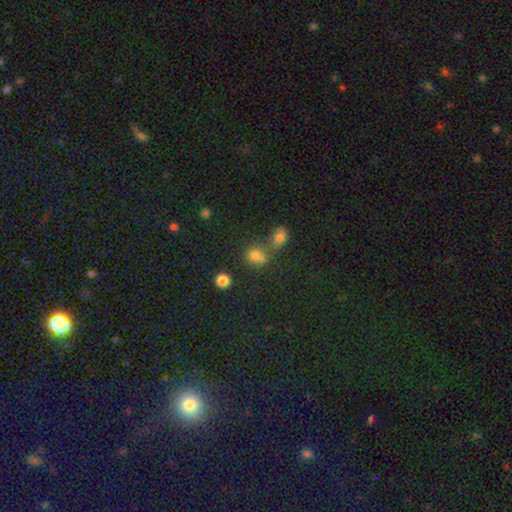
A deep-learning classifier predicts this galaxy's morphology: A smooth galaxy with no disk features (73%) that is round (77%).

Vote fractions:
- Smooth or featured? smooth: 73% / star or artifact: 18% / featured or disk: 9%
- How rounded? round: 77% / in between: 22% / cigar-shaped: 1%
- Merging? none: 48% / merger: 38% / minor disturbance: 9% / major disturbance: 4%